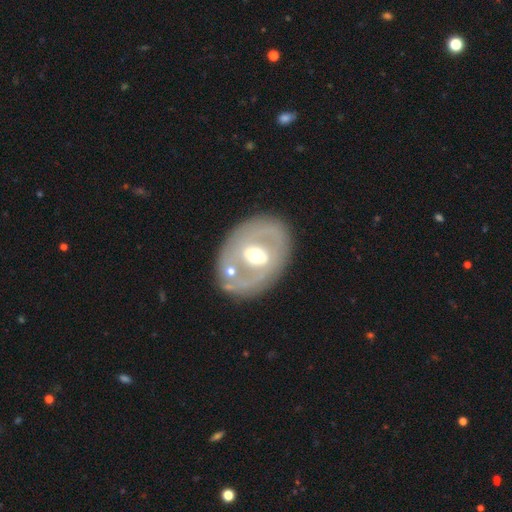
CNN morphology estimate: A featured or disk galaxy (70%) with a weak bar (42%), no spiral arms (62%) and a moderate central bulge (72%). Merging: none (74%).